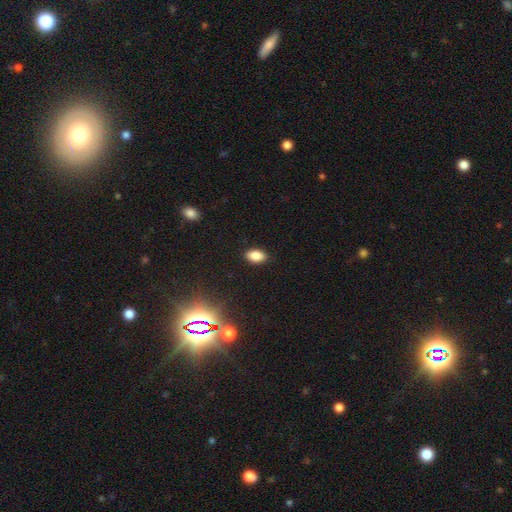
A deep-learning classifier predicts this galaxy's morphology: smooth 84%, star or artifact 10%, featured or disk 6%. Down the decision tree: how rounded — in between (91%); merging — none (88%).